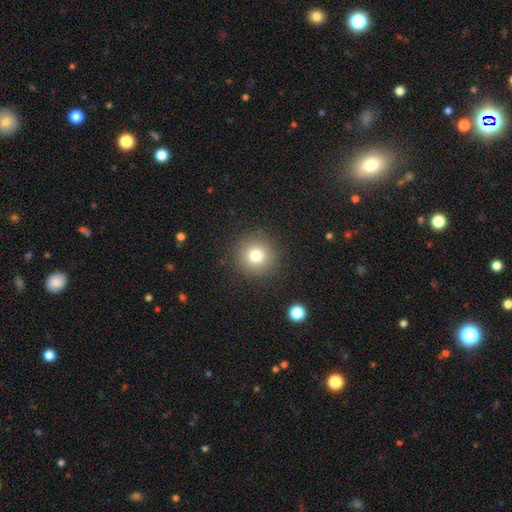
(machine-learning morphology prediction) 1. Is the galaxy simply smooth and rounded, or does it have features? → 77% smooth, 13% star or artifact, 10% featured or disk.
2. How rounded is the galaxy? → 94% round, 5% in between, 1% cigar-shaped.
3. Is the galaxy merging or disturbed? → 90% none, 6% minor disturbance, 3% major disturbance, 1% merger.